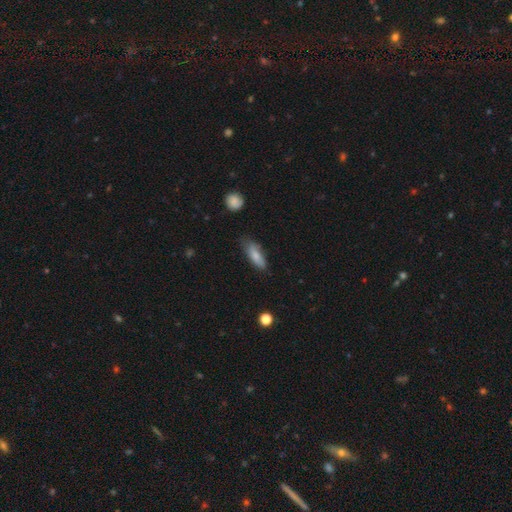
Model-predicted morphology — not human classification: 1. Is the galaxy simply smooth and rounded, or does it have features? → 79% smooth, 15% featured or disk, 6% star or artifact.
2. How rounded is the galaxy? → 64% in between, 34% cigar-shaped, 2% round.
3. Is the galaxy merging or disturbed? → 62% none, 30% minor disturbance, 6% major disturbance, 2% merger.